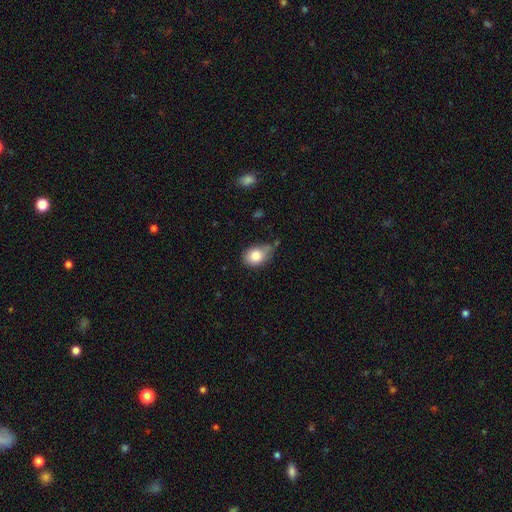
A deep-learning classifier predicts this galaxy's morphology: A smooth galaxy with no disk features (82%) that is in between round and cigar-shaped (66%).

Vote fractions:
- Smooth or featured? smooth: 82% / featured or disk: 9% / star or artifact: 9%
- How rounded? in between: 66% / round: 32% / cigar-shaped: 1%
- Merging? none: 47% / minor disturbance: 36% / major disturbance: 9% / merger: 7%